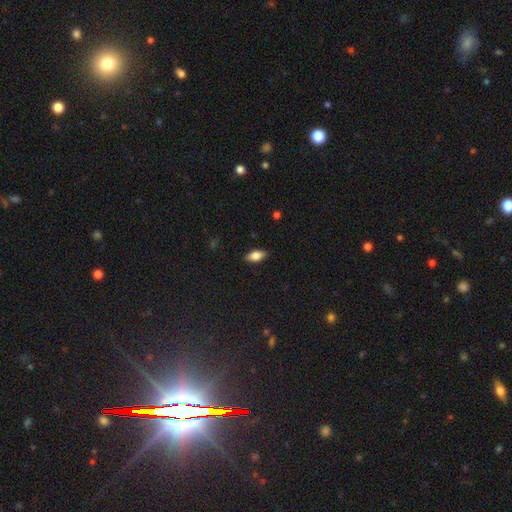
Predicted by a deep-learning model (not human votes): Smooth or featured? smooth (78%)
How rounded? in between (87%)
Merging? none (87%)